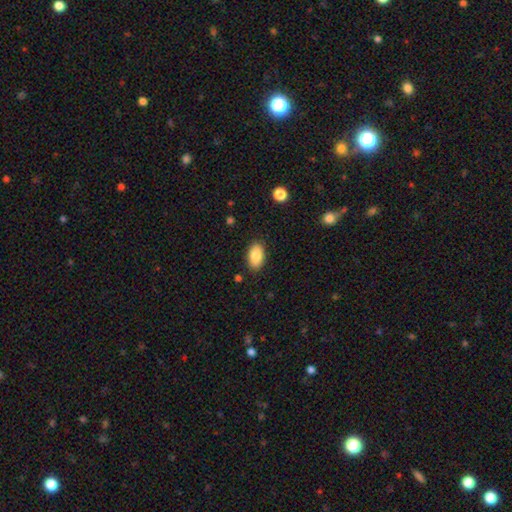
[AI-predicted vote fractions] Q: Smooth or featured?
A: smooth (85%); runner-up: featured or disk (8%)
Q: How rounded?
A: in between (93%); runner-up: round (5%)
Q: Merging?
A: none (87%); runner-up: minor disturbance (9%)